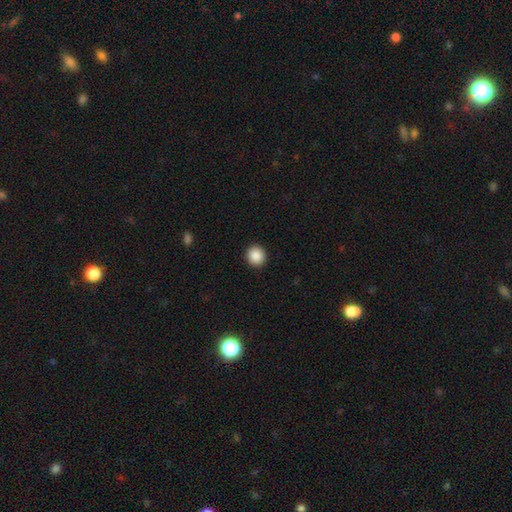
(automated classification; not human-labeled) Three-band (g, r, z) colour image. It shows a smooth galaxy with no disk features (88%) that is round (91%). Merging: none (93%).